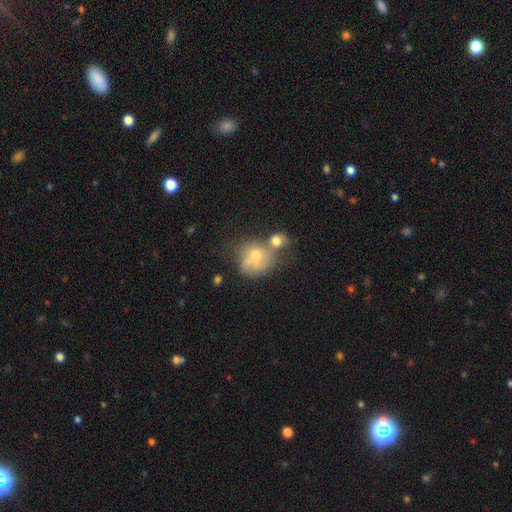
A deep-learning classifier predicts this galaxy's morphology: Q: Smooth or featured?
A: smooth (54%); runner-up: featured or disk (32%)
Q: How rounded?
A: round (70%); runner-up: in between (28%)
Q: Merging?
A: merger (41%); runner-up: none (33%)